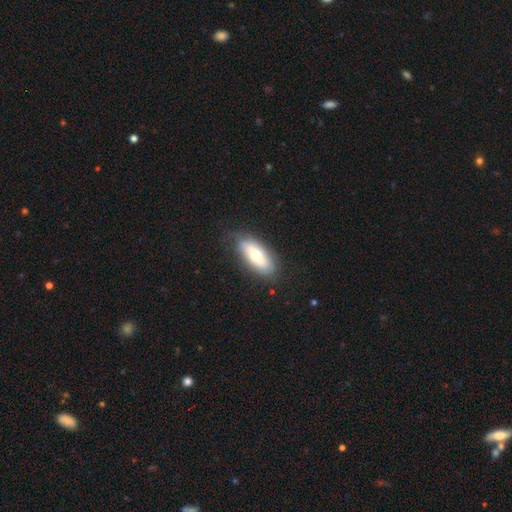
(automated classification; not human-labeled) Morphology: type=smooth (60%); roundness=in between (82%); merging=none (74%).